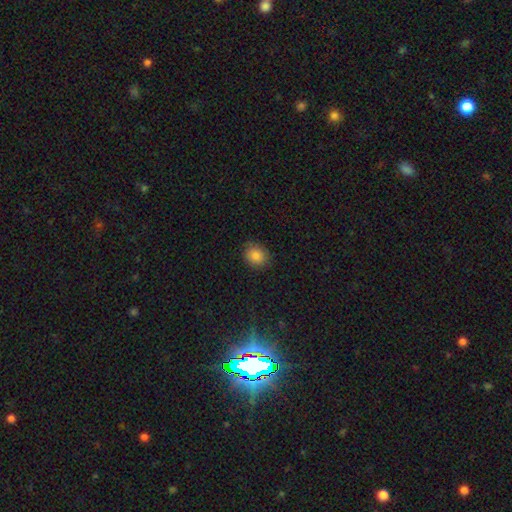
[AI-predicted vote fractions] A smooth galaxy with no disk features (83%) that is round (68%). Merging: none (85%).